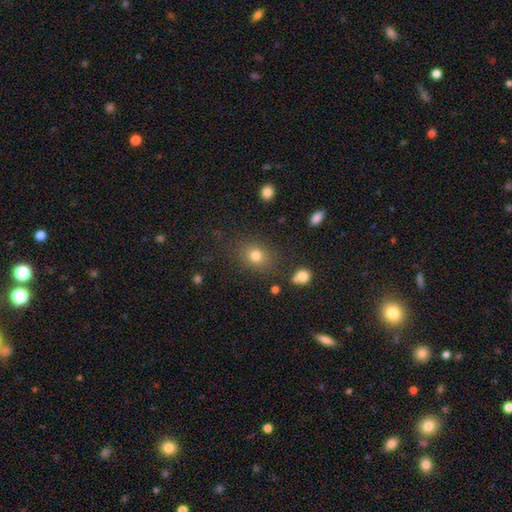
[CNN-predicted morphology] The model was most divided on "how rounded": round: 52%, in between: 47%, cigar-shaped: 1%. More confident: merging — none (81%); smooth or featured — smooth (79%).